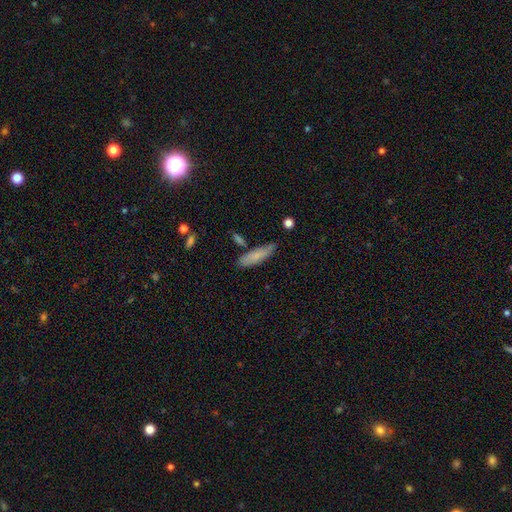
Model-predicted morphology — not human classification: A smooth galaxy with no disk features (75%) that is cigar-shaped (61%). Merging: none (71%).